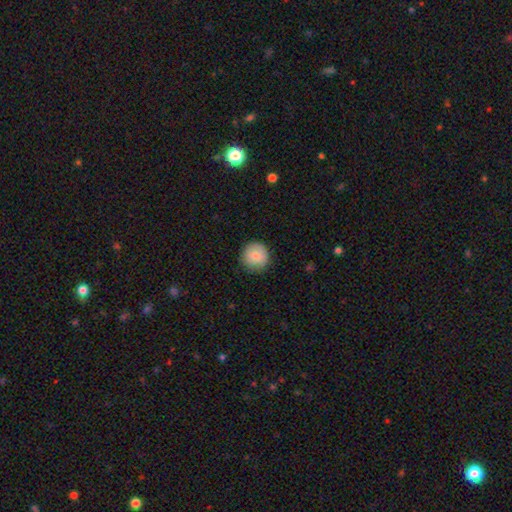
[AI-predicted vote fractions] Smooth or featured? smooth (83%)
How rounded? round (94%)
Merging? none (86%)